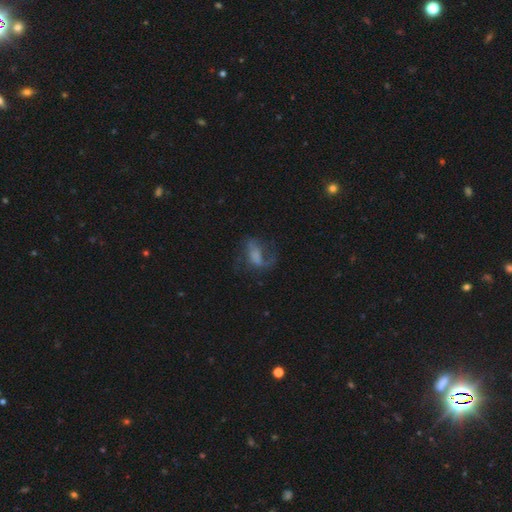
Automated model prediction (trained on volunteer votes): smooth_or_featured: featured or disk (p=0.55) [alt: smooth p=0.33]
disk_edge_on: no (p=0.95) [alt: yes p=0.05]
bar: no (p=0.52) [alt: weak p=0.32]
has_spiral_arms: yes (p=0.71) [alt: no p=0.29]
bulge_size: none (p=0.47) [alt: moderate p=0.17]
merging: none (p=0.42) [alt: major disturbance p=0.37]